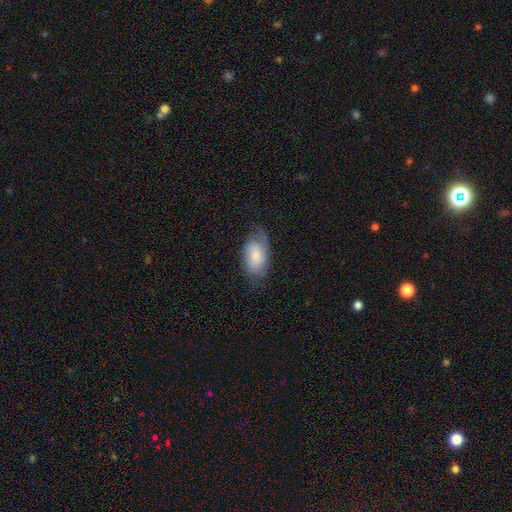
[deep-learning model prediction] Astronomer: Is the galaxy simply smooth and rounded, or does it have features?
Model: smooth — 67%.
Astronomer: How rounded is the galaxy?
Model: in between — 93%.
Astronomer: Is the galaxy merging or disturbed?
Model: none — 55% (runner-up: minor disturbance, 31%).